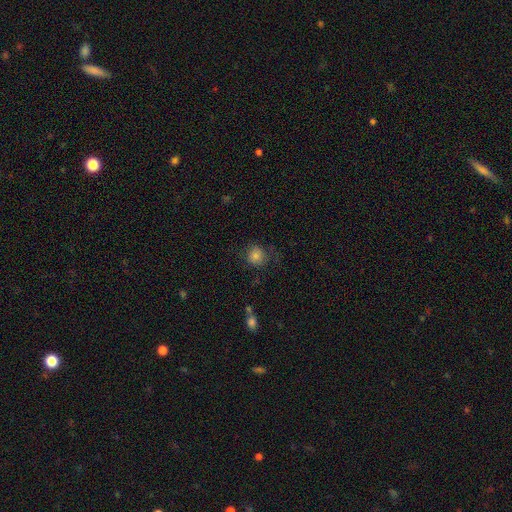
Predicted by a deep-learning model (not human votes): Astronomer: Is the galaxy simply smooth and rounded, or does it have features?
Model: smooth — 78%.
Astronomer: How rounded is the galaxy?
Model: round — 86%.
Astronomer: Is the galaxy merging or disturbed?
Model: none — 70%.